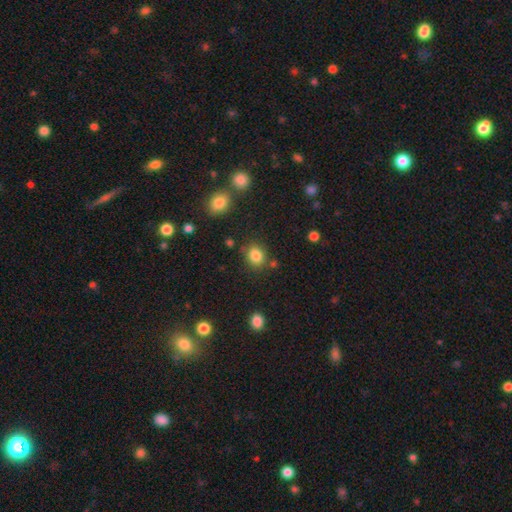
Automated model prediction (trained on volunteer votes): This is clearly a smooth galaxy (84%). How rounded: likely round (64%). Merging: likely none (78%).